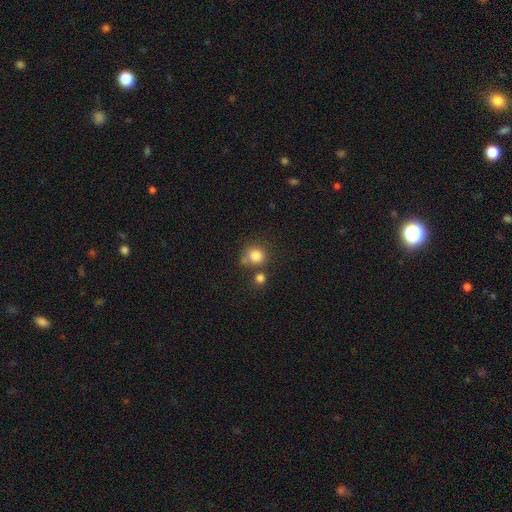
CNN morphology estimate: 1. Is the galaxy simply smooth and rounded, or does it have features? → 83% smooth, 11% star or artifact, 6% featured or disk.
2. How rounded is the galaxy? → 89% round, 10% in between, 1% cigar-shaped.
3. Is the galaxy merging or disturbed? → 66% none, 18% merger, 12% minor disturbance, 4% major disturbance.